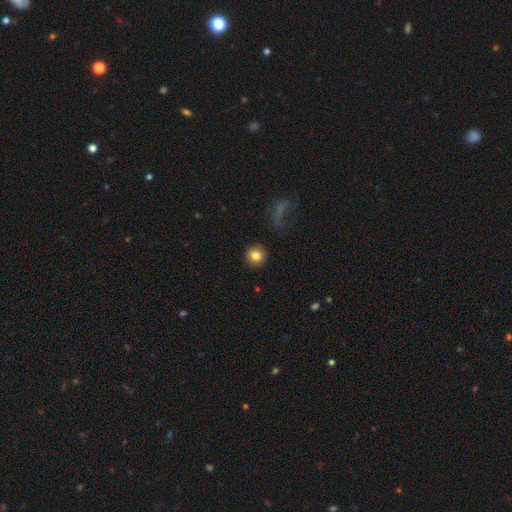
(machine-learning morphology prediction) smooth_or_featured: smooth (p=0.81) [alt: star or artifact p=0.10]
how_rounded: round (p=0.94) [alt: in between p=0.05]
merging: none (p=0.92) [alt: minor disturbance p=0.05]